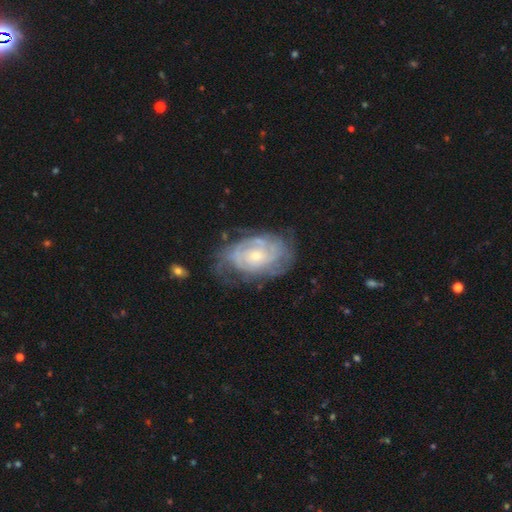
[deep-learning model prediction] Smooth or featured?
  - featured or disk: 80% *
  - smooth: 14%
  - star or artifact: 6%
Edge-on disk?
  - no: 96% *
  - yes: 4%
Bar?
  - no: 77% *
  - weak: 20%
  - strong: 4%
Spiral arms?
  - yes: 88% *
  - no: 12%
Spiral winding?
  - tight: 71% *
  - medium: 22%
  - loose: 7%
Spiral arm count?
  - can't tell: 51% *
  - 2: 21%
  - 3: 12%
  - 4: 8%
  - more than 4: 5%
  - 1: 4%
Bulge size?
  - small: 63% *
  - moderate: 32%
  - large: 2%
  - none: 2%
  - dominant: 1%
Merging?
  - none: 64% *
  - minor disturbance: 23%
  - major disturbance: 11%
  - merger: 2%